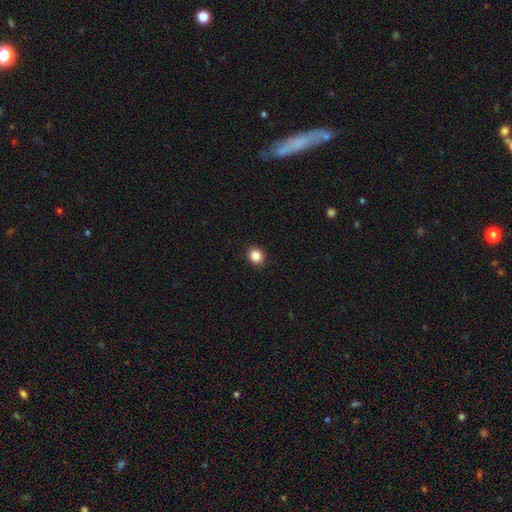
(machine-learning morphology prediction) This is clearly a smooth galaxy (86%). How rounded: likely round (67%). Merging: clearly none (91%).